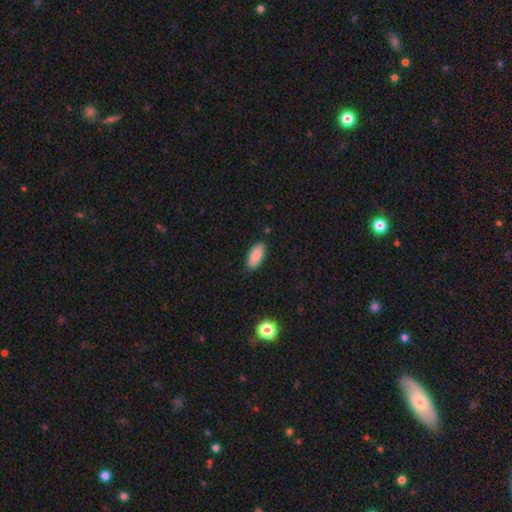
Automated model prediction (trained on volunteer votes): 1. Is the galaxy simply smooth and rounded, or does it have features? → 87% smooth, 7% star or artifact, 6% featured or disk.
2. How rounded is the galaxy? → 87% in between, 11% cigar-shaped, 2% round.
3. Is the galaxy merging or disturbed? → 88% none, 9% minor disturbance, 2% major disturbance, 1% merger.